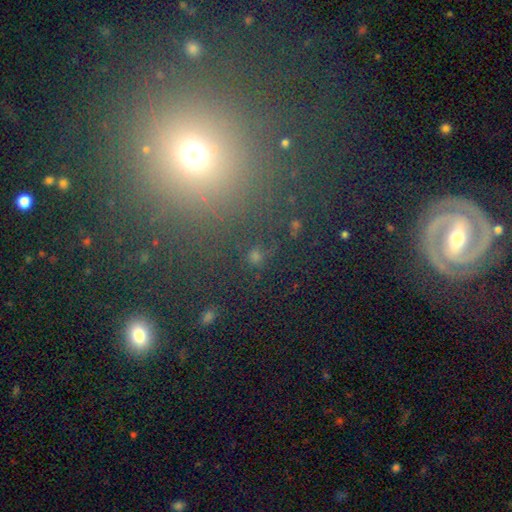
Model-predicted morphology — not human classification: smooth 52%, star or artifact 37%, featured or disk 10%. Down the decision tree: how rounded — round (86%); merging — none (74%).